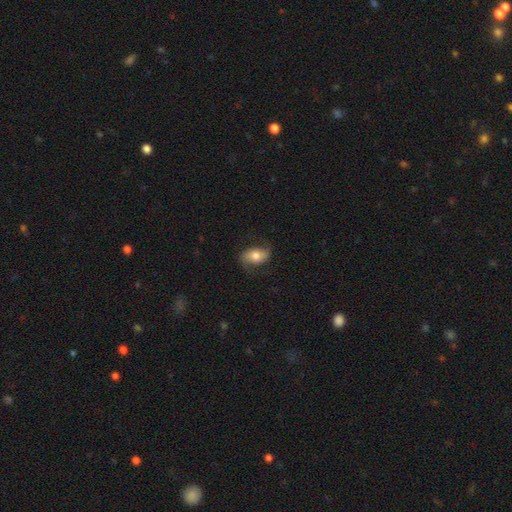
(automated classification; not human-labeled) This appears to be a smooth galaxy with no disk features (48%). Merging: none (70%).